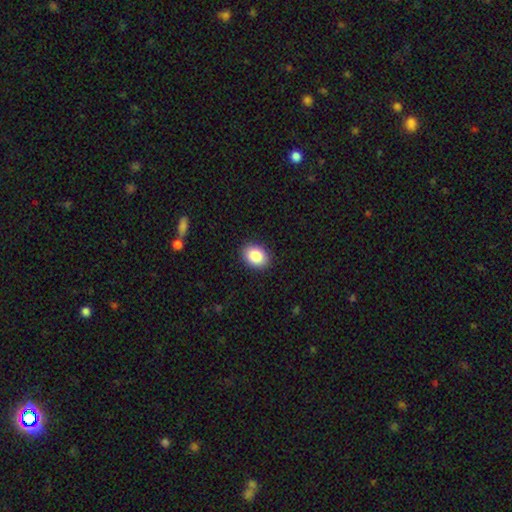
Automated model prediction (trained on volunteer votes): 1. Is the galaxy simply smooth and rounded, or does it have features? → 87% smooth, 8% star or artifact, 6% featured or disk.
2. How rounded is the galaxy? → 65% in between, 34% round, 1% cigar-shaped.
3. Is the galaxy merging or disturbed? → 90% none, 7% minor disturbance, 2% major disturbance, 1% merger.